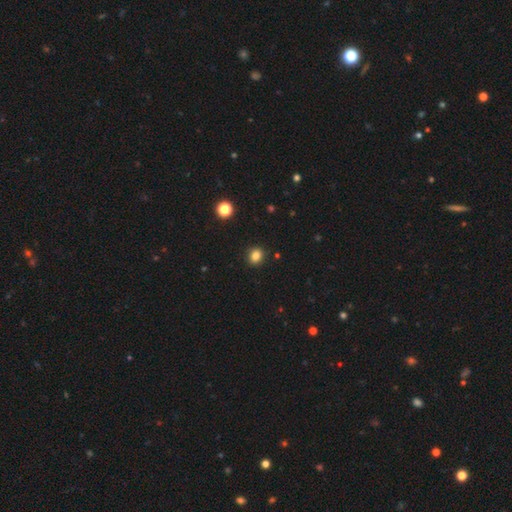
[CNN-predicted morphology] A smooth galaxy with no disk features (83%) that is round (70%).

Vote fractions:
- Smooth or featured? smooth: 83% / star or artifact: 12% / featured or disk: 5%
- How rounded? round: 70% / in between: 29% / cigar-shaped: 1%
- Merging? none: 90% / minor disturbance: 7% / major disturbance: 2% / merger: 1%